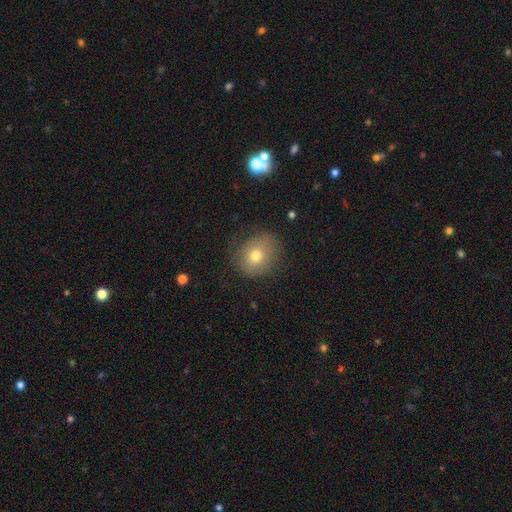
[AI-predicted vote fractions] A smooth galaxy with no disk features (70%) that is round (73%).

Vote fractions:
- Smooth or featured? smooth: 70% / featured or disk: 17% / star or artifact: 13%
- How rounded? round: 73% / in between: 26% / cigar-shaped: 1%
- Merging? none: 75% / minor disturbance: 18% / major disturbance: 6% / merger: 1%